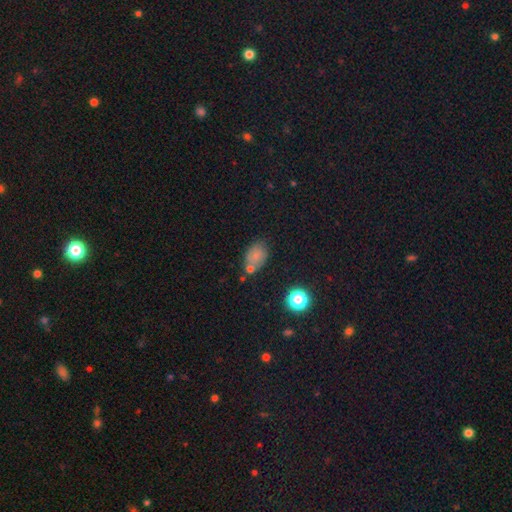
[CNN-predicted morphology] smooth_or_featured: smooth (p=0.72) [alt: star or artifact p=0.14]
how_rounded: in between (p=0.80) [alt: round p=0.18]
merging: none (p=0.57) [alt: minor disturbance p=0.21]